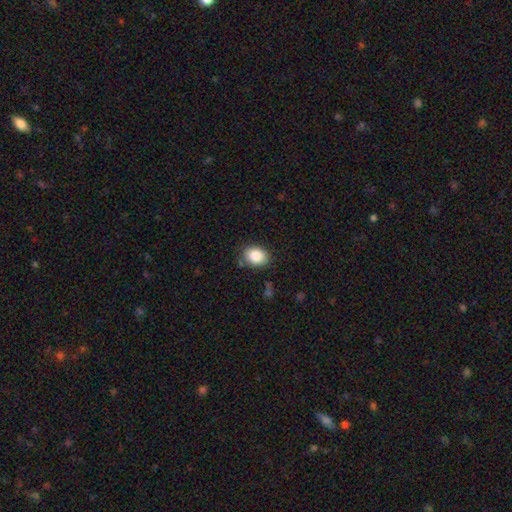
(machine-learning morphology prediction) smooth_or_featured: smooth (p=0.86) [alt: star or artifact p=0.09]
how_rounded: in between (p=0.57) [alt: round p=0.42]
merging: none (p=0.84) [alt: minor disturbance p=0.11]